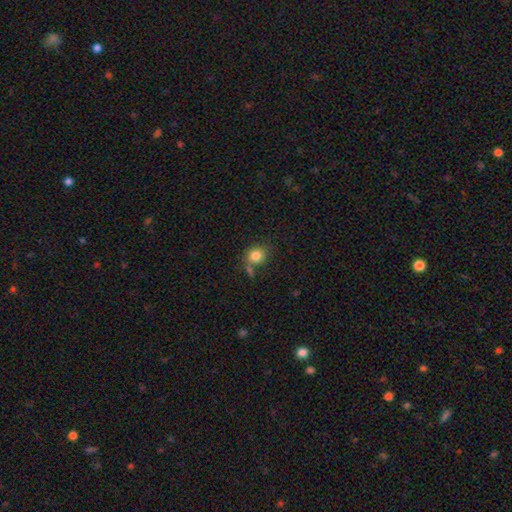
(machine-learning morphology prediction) A smooth galaxy with no disk features (82%) that is round (77%).

Vote fractions:
- Smooth or featured? smooth: 82% / star or artifact: 11% / featured or disk: 7%
- How rounded? round: 77% / in between: 22% / cigar-shaped: 1%
- Merging? none: 64% / minor disturbance: 15% / merger: 15% / major disturbance: 6%